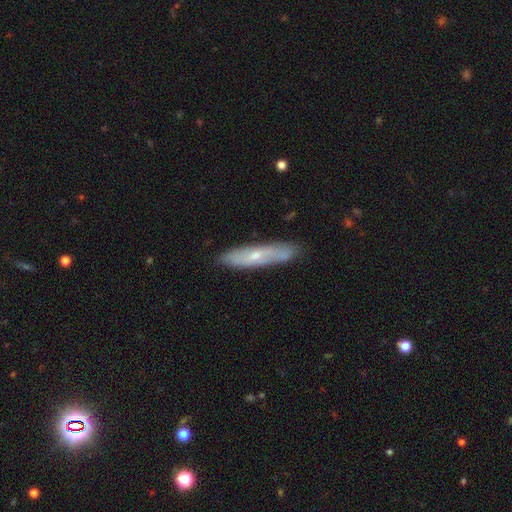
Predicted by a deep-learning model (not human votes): featured or disk 48%, smooth 45%, star or artifact 7%. Down the decision tree: merging — none (80%).